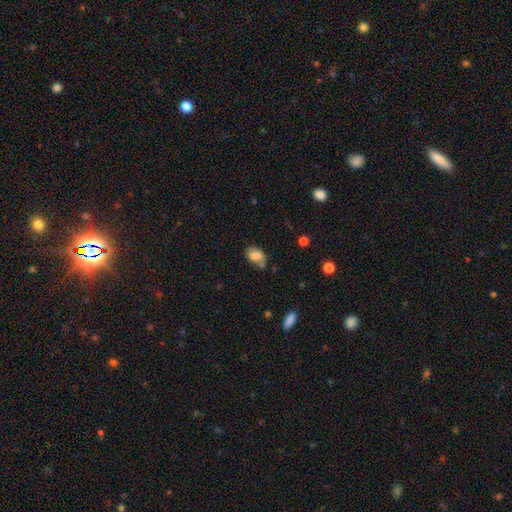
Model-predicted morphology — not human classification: Smooth or featured: smooth — 76% (featured or disk — 14%)
How rounded: in between — 81% (round — 18%)
Merging: none — 53% (minor disturbance — 24%)